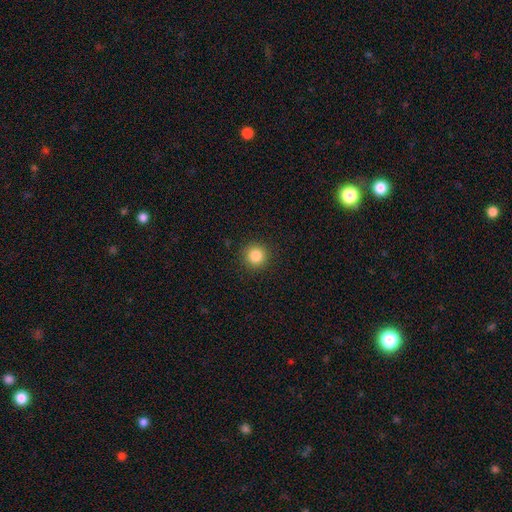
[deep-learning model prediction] Overall: smooth (85%). How rounded: round (95%). Merging: none (91%).